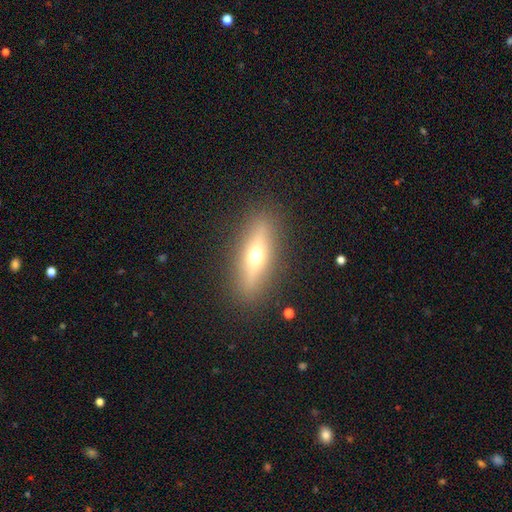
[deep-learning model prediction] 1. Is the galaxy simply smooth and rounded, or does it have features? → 47% featured or disk, 44% smooth, 9% star or artifact.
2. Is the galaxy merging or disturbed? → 88% none, 8% minor disturbance, 3% major disturbance, 1% merger.